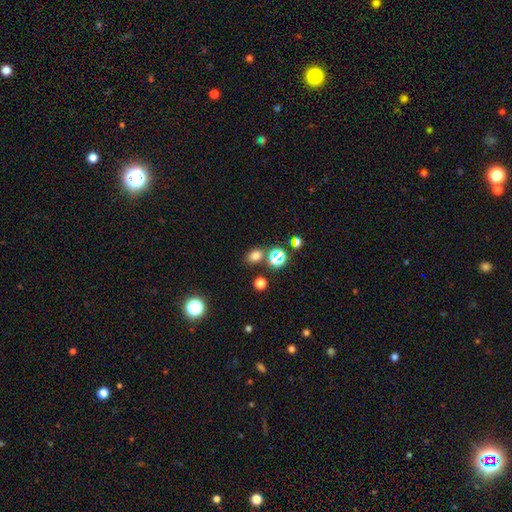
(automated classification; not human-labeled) This is likely a smooth galaxy (72%). How rounded: possibly in between (50%). Merging: likely none (76%).